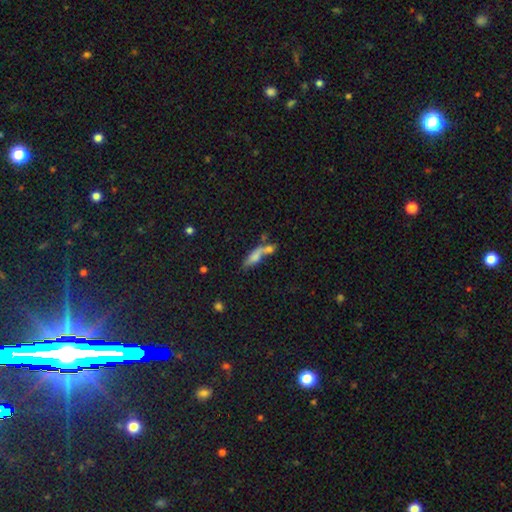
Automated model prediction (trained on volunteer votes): This appears to be a smooth galaxy with no disk features (61%) that is cigar-shaped (58%). Merging: merger (40%).